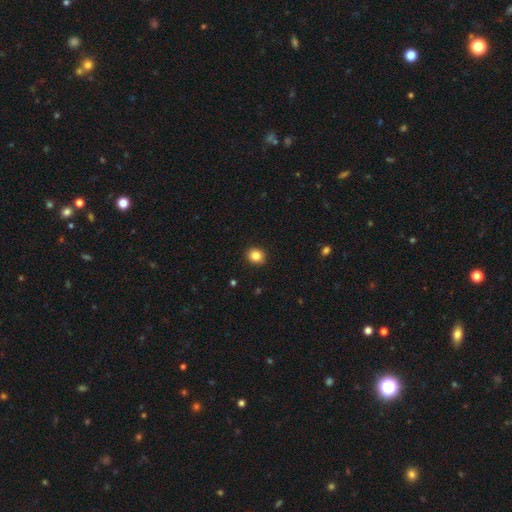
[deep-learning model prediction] The model was most divided on "how rounded": round: 79%, in between: 20%, cigar-shaped: 1%. More confident: merging — none (92%); smooth or featured — smooth (85%).